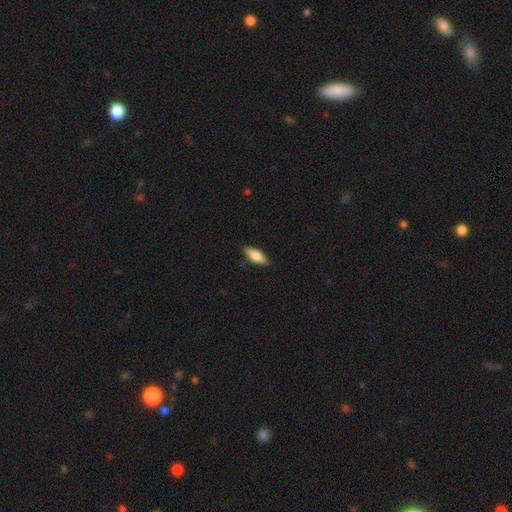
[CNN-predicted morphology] This is likely a smooth galaxy (70%). How rounded: likely in between (66%). Merging: clearly none (86%).